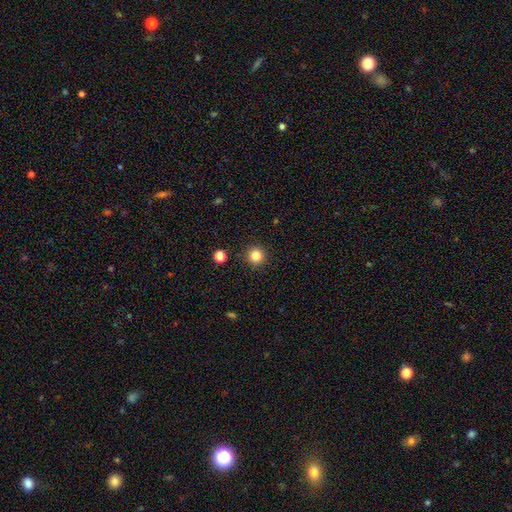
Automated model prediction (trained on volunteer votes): This is clearly a smooth galaxy (83%). How rounded: clearly round (95%). Merging: clearly none (92%).